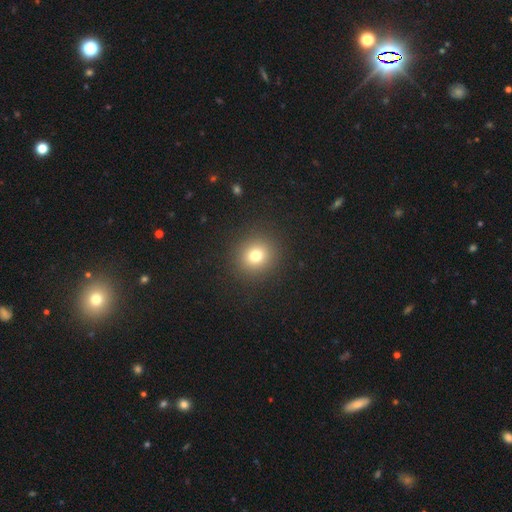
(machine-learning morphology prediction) smooth_or_featured: smooth (p=0.76) [alt: star or artifact p=0.15]
how_rounded: round (p=0.88) [alt: in between p=0.11]
merging: none (p=0.90) [alt: minor disturbance p=0.06]